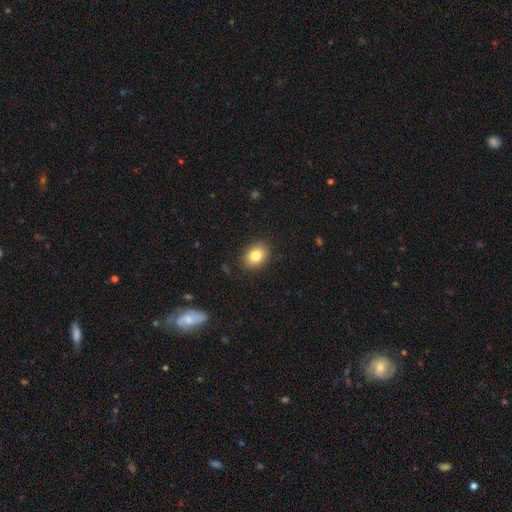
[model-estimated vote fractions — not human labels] smooth-or-featured: smooth: 83% | star or artifact: 9% | featured or disk: 8%
  how-rounded: in between: 60% | round: 39% | cigar-shaped: 1%
  merging: none: 87% | minor disturbance: 9% | major disturbance: 2% | merger: 1%